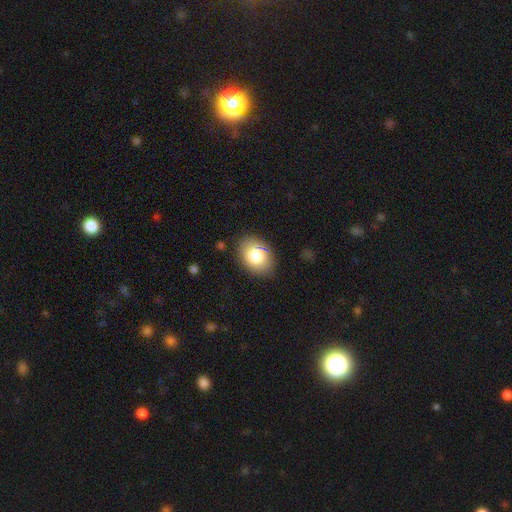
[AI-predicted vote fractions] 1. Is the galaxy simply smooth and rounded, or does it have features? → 78% smooth, 13% featured or disk, 9% star or artifact.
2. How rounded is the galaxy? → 68% in between, 31% round, 1% cigar-shaped.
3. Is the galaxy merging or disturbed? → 83% none, 12% minor disturbance, 3% major disturbance, 2% merger.